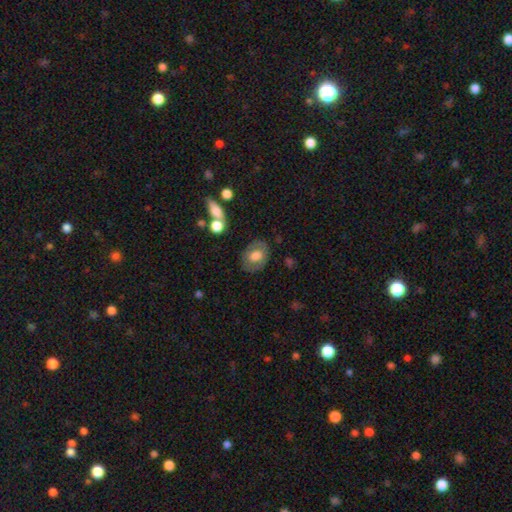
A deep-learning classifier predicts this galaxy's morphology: This is possibly a smooth galaxy (59%). How rounded: likely in between (72%). Merging: likely none (77%).